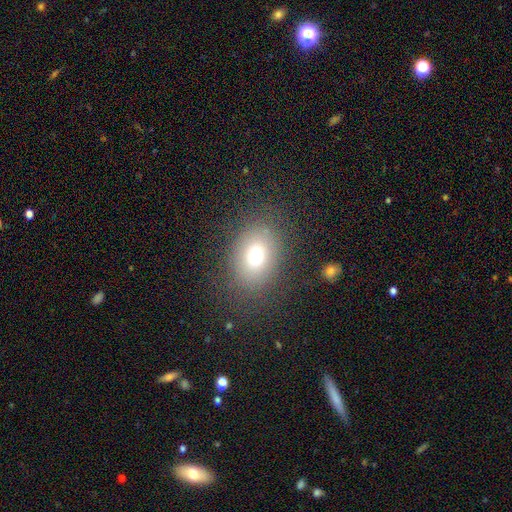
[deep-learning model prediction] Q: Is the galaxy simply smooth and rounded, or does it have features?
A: smooth — 71%.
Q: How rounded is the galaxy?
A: in between — 58%.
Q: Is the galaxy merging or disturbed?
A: none — 80%.